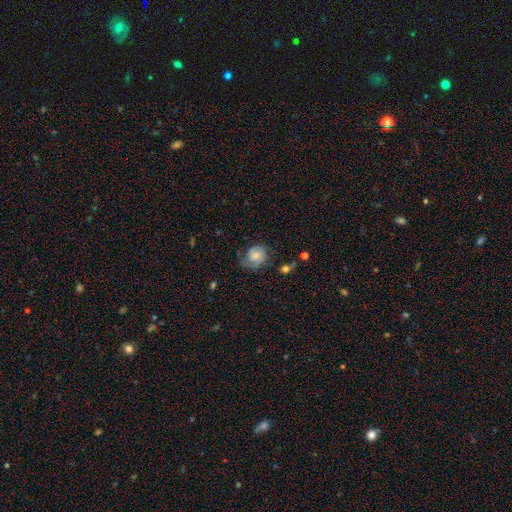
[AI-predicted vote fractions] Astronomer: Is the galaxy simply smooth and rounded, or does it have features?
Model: featured or disk — 56% (runner-up: smooth, 36%).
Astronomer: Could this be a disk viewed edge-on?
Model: no — 97%.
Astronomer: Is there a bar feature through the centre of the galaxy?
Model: no — 71%.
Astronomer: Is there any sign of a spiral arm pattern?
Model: yes — 87%.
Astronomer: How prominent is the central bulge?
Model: small — 38% (runner-up: moderate, 35%).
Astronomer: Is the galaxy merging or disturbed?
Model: none — 54%.